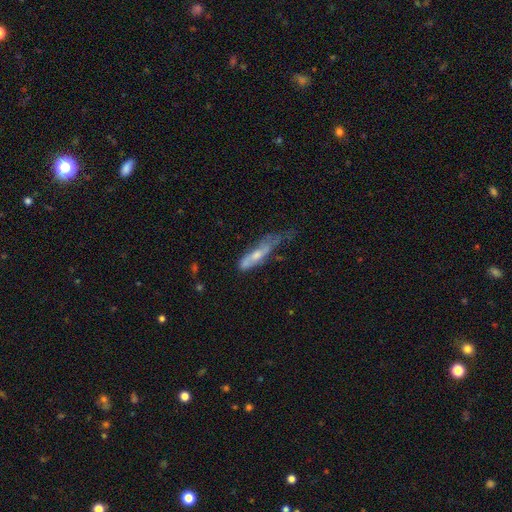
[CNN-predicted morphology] Smooth or featured?
  - smooth: 49% *
  - featured or disk: 44%
  - star or artifact: 7%
Merging?
  - minor disturbance: 34% *
  - major disturbance: 30%
  - none: 29%
  - merger: 7%